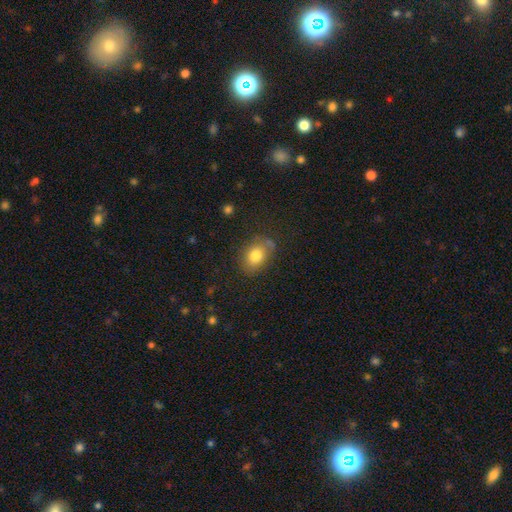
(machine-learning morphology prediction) This is likely a smooth galaxy (79%). How rounded: likely in between (78%). Merging: likely none (70%).